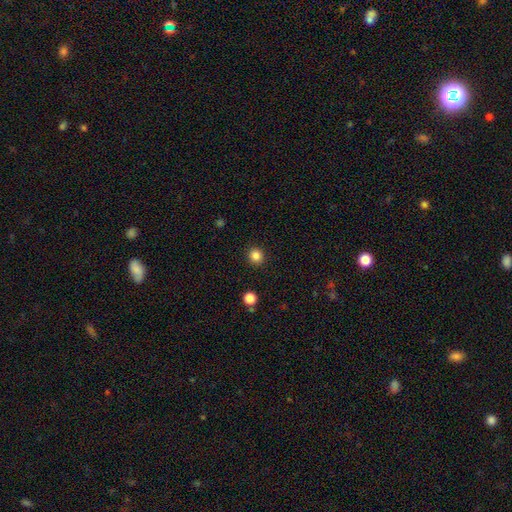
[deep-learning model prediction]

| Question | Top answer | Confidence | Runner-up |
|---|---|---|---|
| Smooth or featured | smooth | 84% | star or artifact (12%) |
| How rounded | round | 91% | in between (8%) |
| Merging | none | 92% | minor disturbance (5%) |